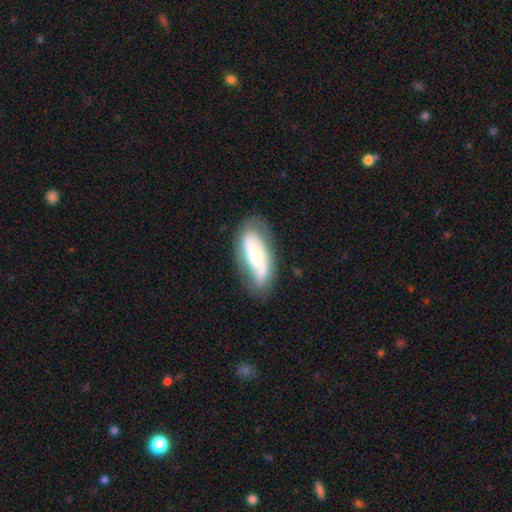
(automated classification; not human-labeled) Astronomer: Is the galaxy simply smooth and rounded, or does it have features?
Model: featured or disk — 57% (runner-up: smooth, 37%).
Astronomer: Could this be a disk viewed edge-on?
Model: no — 88%.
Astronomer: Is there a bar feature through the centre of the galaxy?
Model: no — 67%.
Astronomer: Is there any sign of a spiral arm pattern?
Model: yes — 65%.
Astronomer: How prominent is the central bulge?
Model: moderate — 47% (runner-up: small, 44%).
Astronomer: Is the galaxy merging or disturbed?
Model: none — 75%.